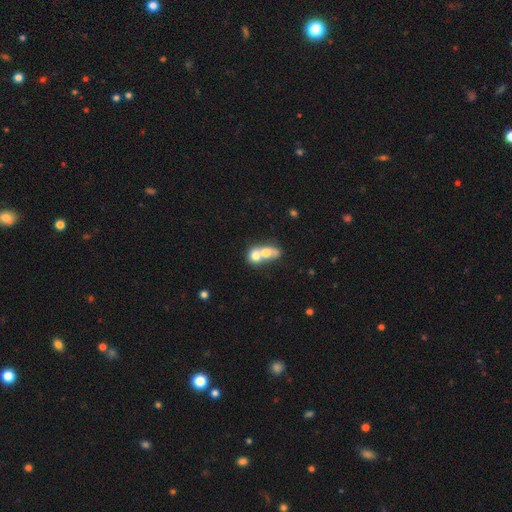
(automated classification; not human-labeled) Smooth or featured: smooth — 65% (featured or disk — 27%)
How rounded: in between — 49% (tied with round — 49%)
Merging: merger — 79% (none — 13%)